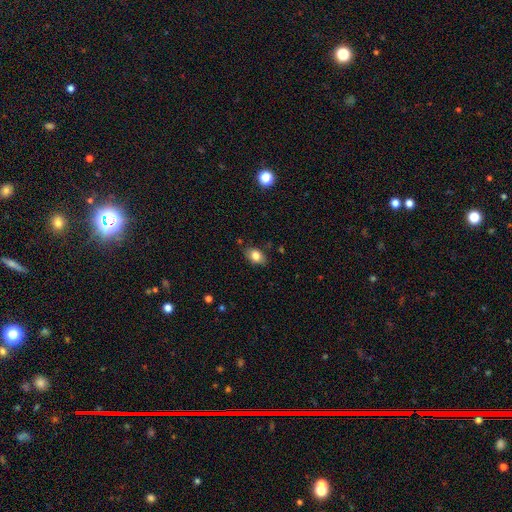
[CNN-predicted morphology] A smooth galaxy with no disk features (80%) that is in between round and cigar-shaped (83%). Merging: none (81%).